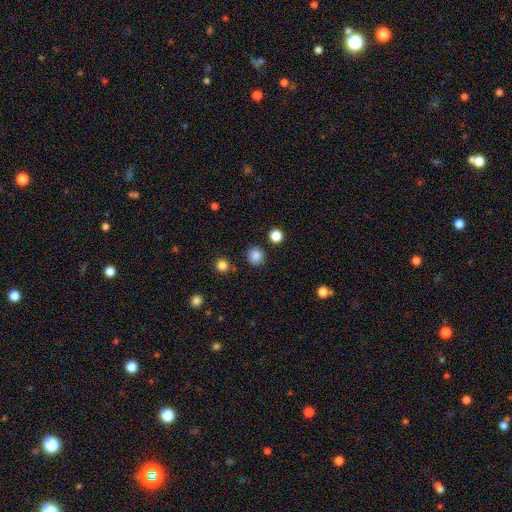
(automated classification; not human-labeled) Smooth or featured?
  - smooth: 85% *
  - star or artifact: 12%
  - featured or disk: 4%
How rounded?
  - round: 92% *
  - in between: 7%
  - cigar-shaped: 1%
Merging?
  - none: 88% *
  - minor disturbance: 7%
  - merger: 3%
  - major disturbance: 2%